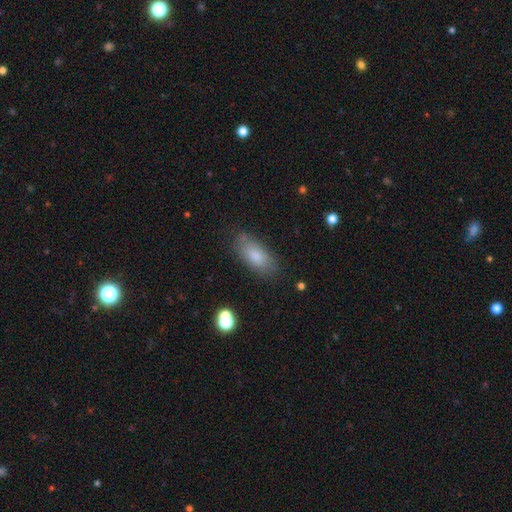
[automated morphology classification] smooth 81%, featured or disk 11%, star or artifact 7%. Down the decision tree: how rounded — in between (86%); merging — none (77%).